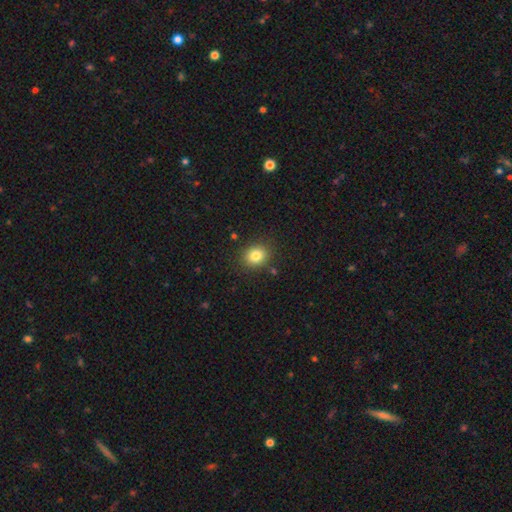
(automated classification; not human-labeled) Smooth or featured: smooth — 82% (star or artifact — 11%)
How rounded: round — 66% (in between — 33%)
Merging: none — 87% (minor disturbance — 9%)